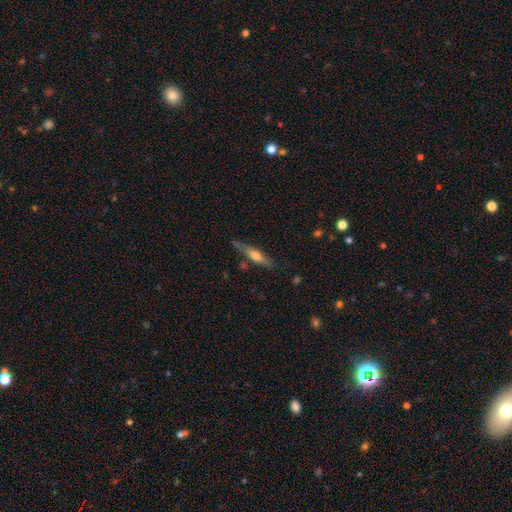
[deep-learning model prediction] Morphology: type=featured or disk (51%); edge-on=yes (92%); merging=none (71%).